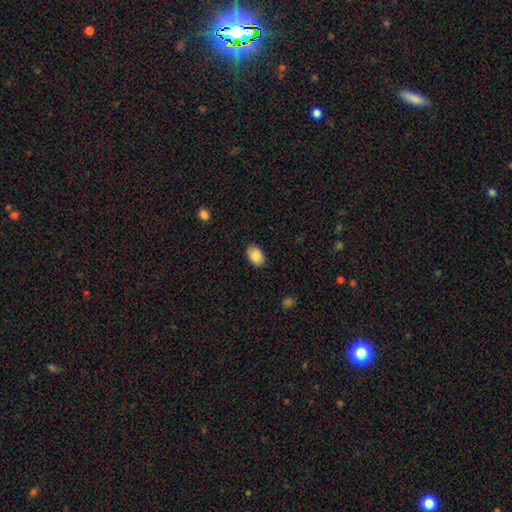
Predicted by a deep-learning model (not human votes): Smooth or featured? Predicted: smooth (p=0.87). How rounded? Predicted: in between (p=0.83). Merging? Predicted: none (p=0.86).